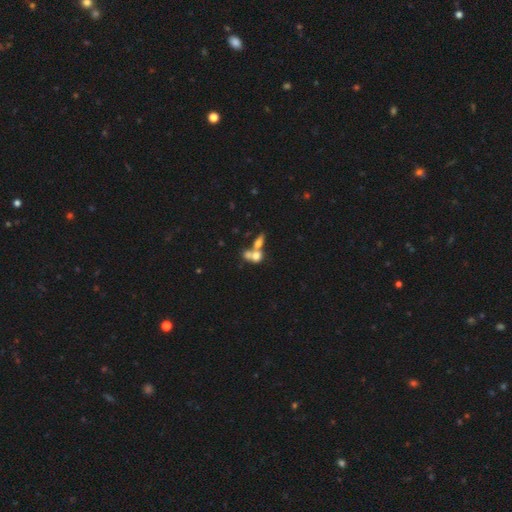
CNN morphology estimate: smooth 63%, featured or disk 25%, star or artifact 12%. Down the decision tree: how rounded — round (48%); merging — merger (66%).